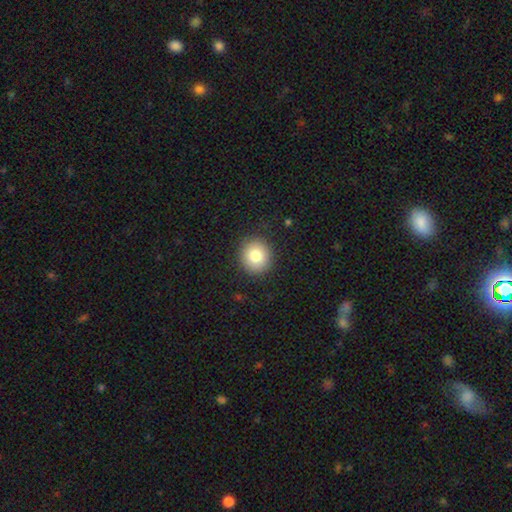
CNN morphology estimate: type=smooth (81%); roundness=round (88%); merging=none (90%).